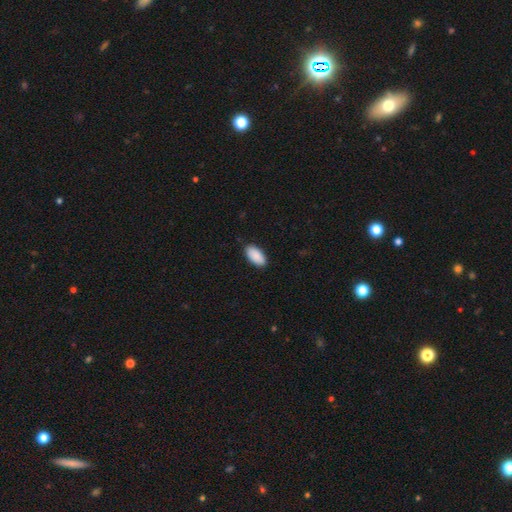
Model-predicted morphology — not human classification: type=smooth (91%); roundness=in between (95%); merging=none (88%).